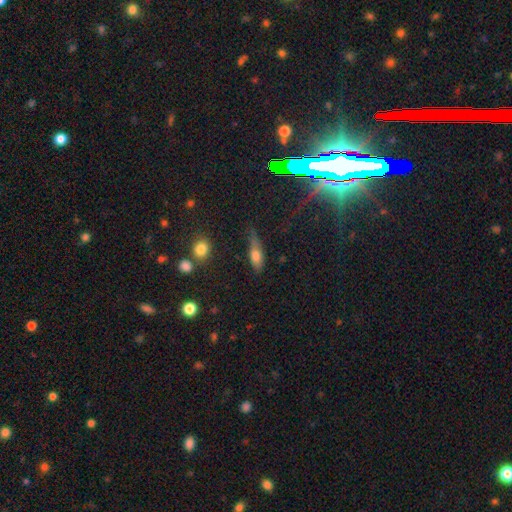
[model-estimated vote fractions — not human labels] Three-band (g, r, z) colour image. It shows a smooth galaxy with no disk features (71%) that is in between round and cigar-shaped (63%). Merging: none (47%).